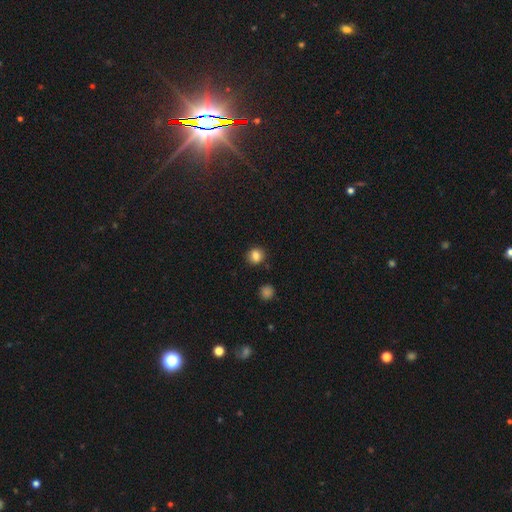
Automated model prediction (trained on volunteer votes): smooth-or-featured: smooth: 83% | star or artifact: 11% | featured or disk: 6%
  how-rounded: round: 81% | in between: 18% | cigar-shaped: 1%
  merging: none: 86% | minor disturbance: 9% | merger: 3% | major disturbance: 2%